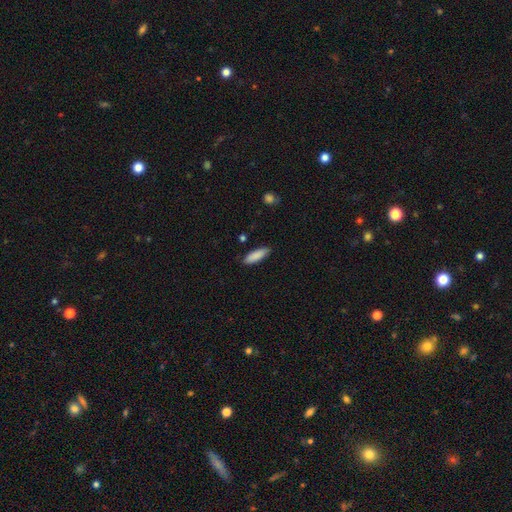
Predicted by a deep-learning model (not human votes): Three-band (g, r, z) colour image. It shows a smooth galaxy with no disk features (87%) that is cigar-shaped (52%). Merging: none (87%).